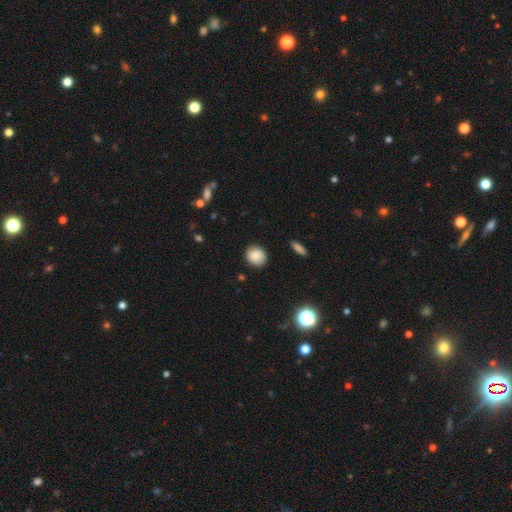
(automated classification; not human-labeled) Smooth or featured?
  - smooth: 84% *
  - star or artifact: 9%
  - featured or disk: 7%
How rounded?
  - round: 83% *
  - in between: 16%
  - cigar-shaped: 1%
Merging?
  - none: 88% *
  - minor disturbance: 9%
  - major disturbance: 2%
  - merger: 1%